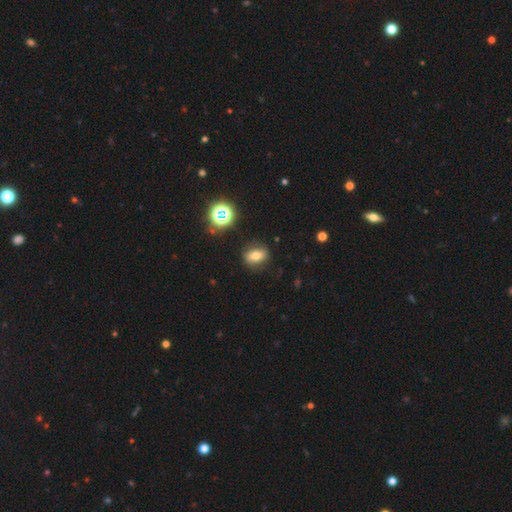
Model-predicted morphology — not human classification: Smooth or featured? Predicted: smooth (p=0.65). How rounded? Predicted: in between (p=0.63). Merging? Predicted: none (p=0.82).